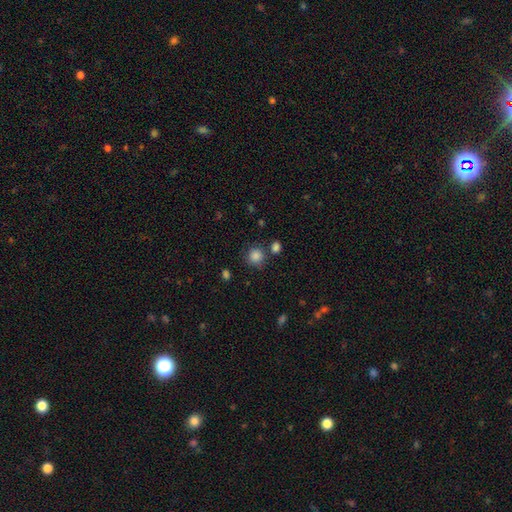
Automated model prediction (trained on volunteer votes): The model was most divided on "merging": none: 75%, minor disturbance: 12%, merger: 10%, major disturbance: 4%. More confident: how rounded — round (88%); smooth or featured — smooth (86%).